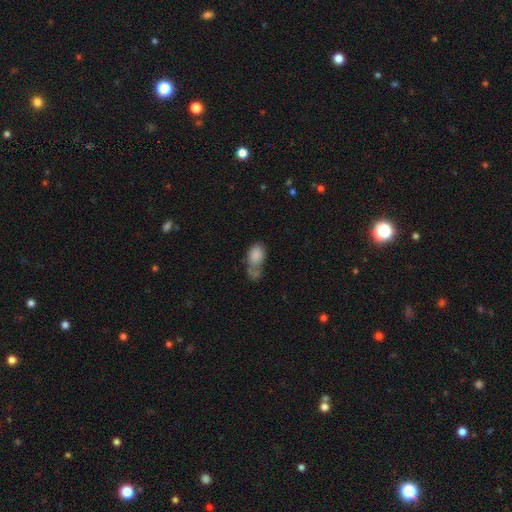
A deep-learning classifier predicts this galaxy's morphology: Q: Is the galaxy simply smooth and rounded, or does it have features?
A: smooth — 82%.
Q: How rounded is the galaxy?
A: in between — 86%.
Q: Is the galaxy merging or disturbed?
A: merger — 43%.